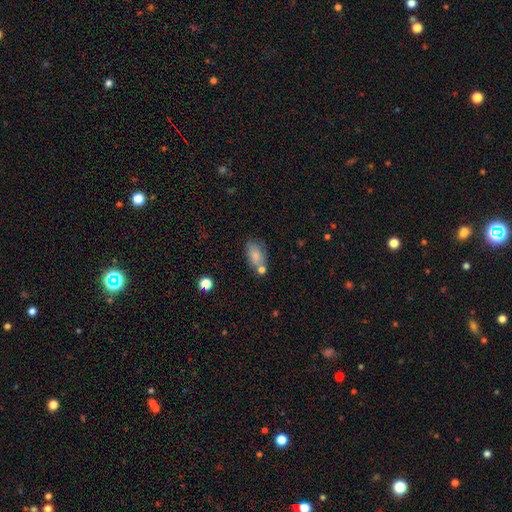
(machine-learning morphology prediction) smooth-or-featured: smooth: 79% | featured or disk: 13% | star or artifact: 8%
  how-rounded: in between: 89% | round: 7% | cigar-shaped: 4%
  merging: none: 54% | minor disturbance: 20% | merger: 19% | major disturbance: 6%